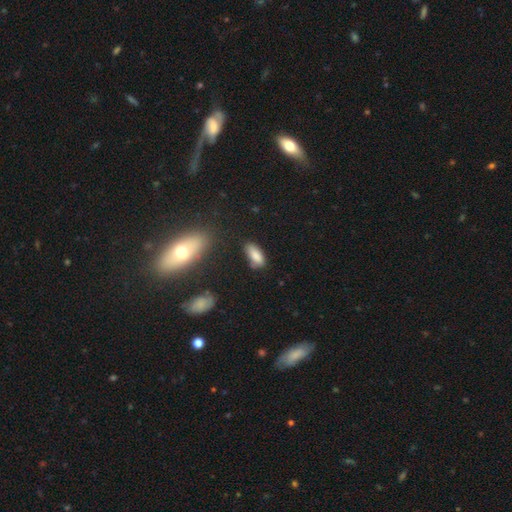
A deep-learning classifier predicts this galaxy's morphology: smooth 84%, star or artifact 8%, featured or disk 8%. Down the decision tree: how rounded — in between (83%); merging — none (65%).